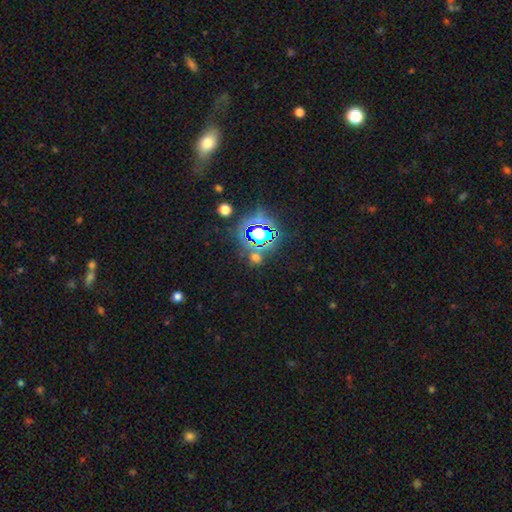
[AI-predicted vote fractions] This is likely a star or artifact rather than a galaxy (76%).